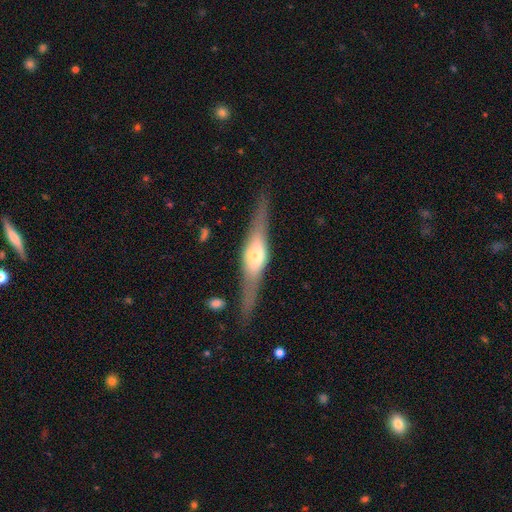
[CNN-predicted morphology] Q: Smooth or featured?
A: featured or disk (73%); runner-up: smooth (22%)
Q: Edge-on disk?
A: yes (94%); runner-up: no (6%)
Q: Edge-on bulge?
A: rounded (82%); runner-up: boxy (14%)
Q: Merging?
A: none (82%); runner-up: minor disturbance (12%)